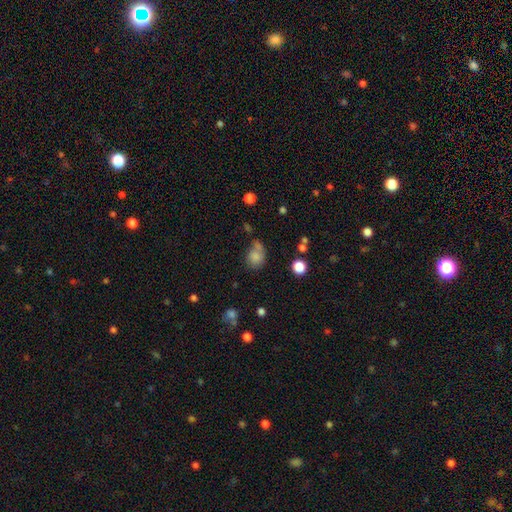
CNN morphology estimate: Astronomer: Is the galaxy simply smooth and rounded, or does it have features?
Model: smooth — 81%.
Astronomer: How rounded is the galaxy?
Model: round — 59% (runner-up: in between, 39%).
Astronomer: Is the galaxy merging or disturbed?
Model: none — 47% (runner-up: merger, 23%).